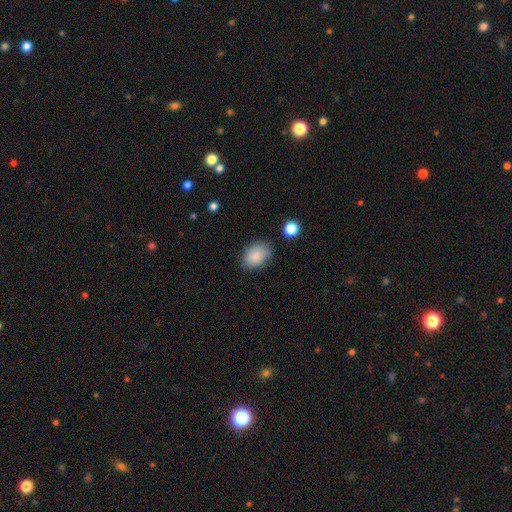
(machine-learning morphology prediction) A smooth galaxy with no disk features (86%) that is in between round and cigar-shaped (72%). Merging: none (71%).